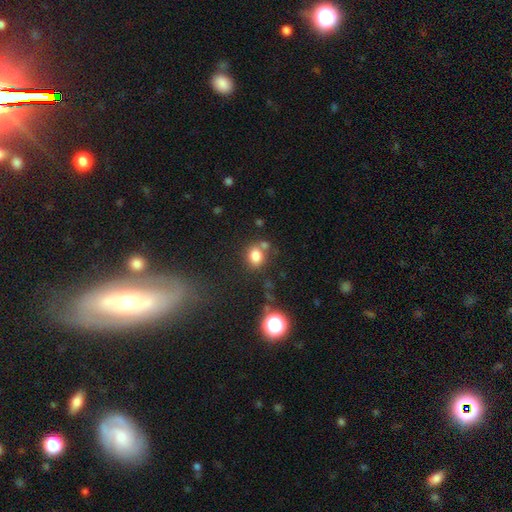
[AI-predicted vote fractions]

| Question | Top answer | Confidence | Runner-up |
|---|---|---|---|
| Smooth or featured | smooth | 80% | star or artifact (13%) |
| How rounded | round | 53% | in between (46%) |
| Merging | none | 64% | merger (17%) |